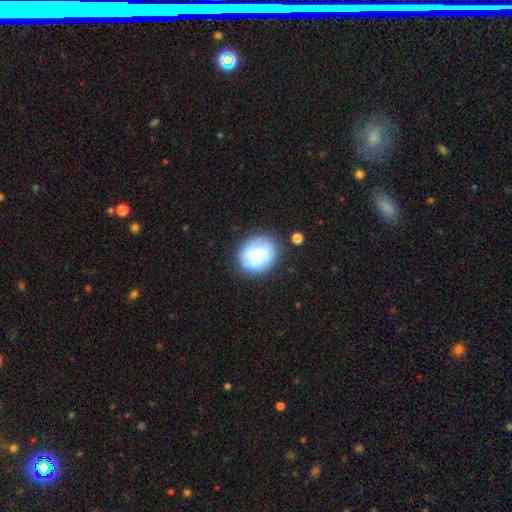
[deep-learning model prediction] smooth 63%, featured or disk 30%, star or artifact 8%. Down the decision tree: how rounded — round (73%); merging — none (76%).